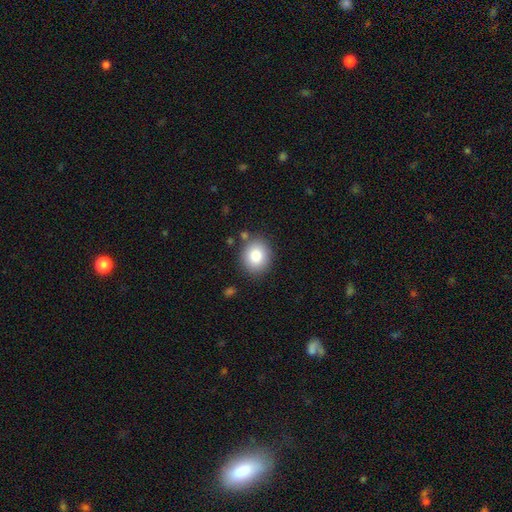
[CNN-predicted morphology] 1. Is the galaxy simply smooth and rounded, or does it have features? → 82% smooth, 9% star or artifact, 9% featured or disk.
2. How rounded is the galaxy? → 72% round, 27% in between, 1% cigar-shaped.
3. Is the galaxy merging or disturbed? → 84% none, 10% minor disturbance, 3% merger, 3% major disturbance.